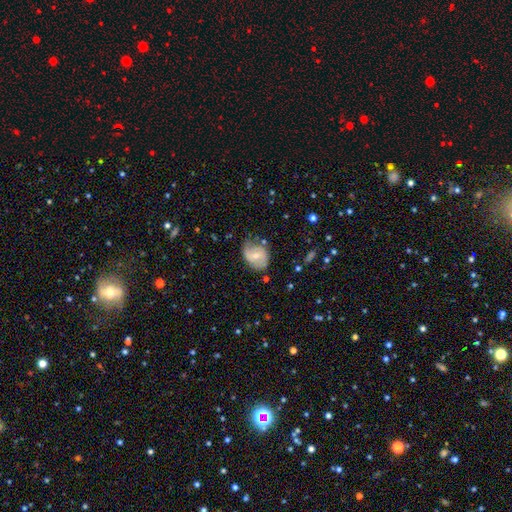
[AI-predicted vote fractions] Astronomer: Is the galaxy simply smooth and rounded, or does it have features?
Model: featured or disk — 55% (runner-up: smooth, 38%).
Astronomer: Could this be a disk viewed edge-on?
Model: no — 96%.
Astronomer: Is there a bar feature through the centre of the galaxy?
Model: weak — 47% (runner-up: no, 41%).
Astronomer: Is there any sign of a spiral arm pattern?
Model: yes — 76%.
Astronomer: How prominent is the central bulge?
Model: small — 49% (runner-up: moderate, 46%).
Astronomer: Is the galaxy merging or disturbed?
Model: none — 56% (runner-up: minor disturbance, 31%).